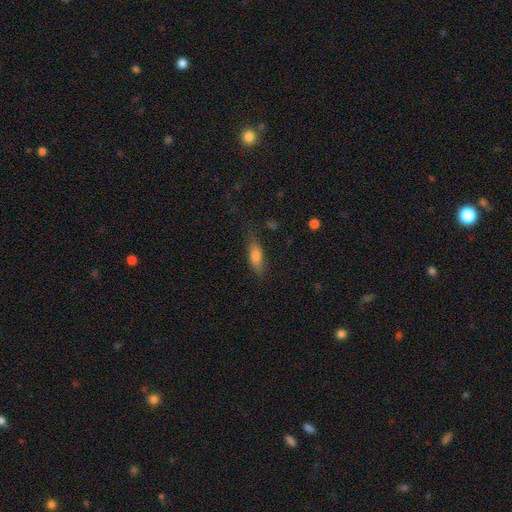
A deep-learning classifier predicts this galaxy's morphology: Overall: smooth (72%). How rounded: in between (64%; cigar-shaped 32%). Merging: none (70%).